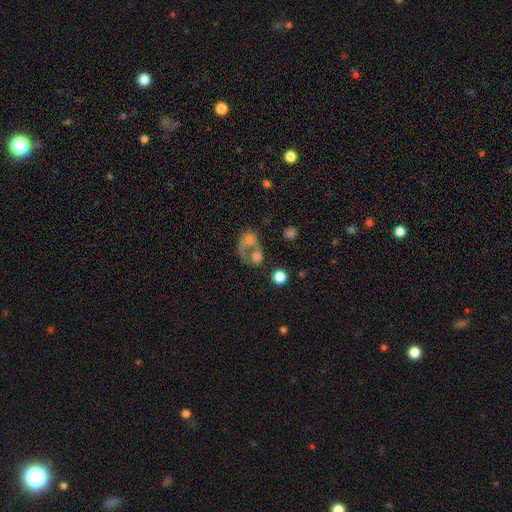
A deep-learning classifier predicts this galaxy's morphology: smooth 44%, featured or disk 37%, star or artifact 19%. Down the decision tree: merging — merger (40%).